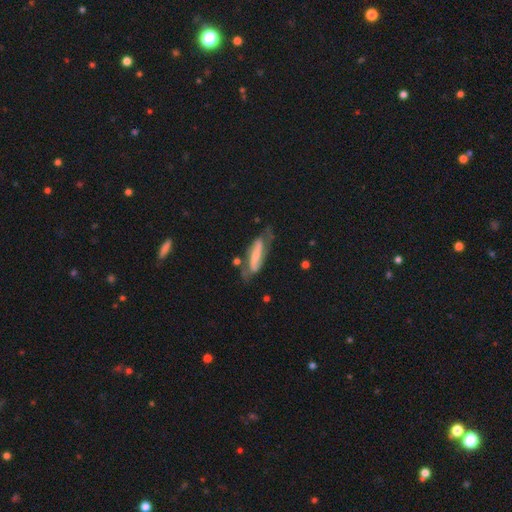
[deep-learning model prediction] The model was most divided on "spiral winding": medium: 41%, loose: 37%, tight: 22%. Remaining: spiral arms — yes (90%); spiral arm count — 2 (85%); edge-on disk — no (83%); smooth or featured — featured or disk (75%); bulge size — small (60%); merging — none (59%); bar — strong (49%).